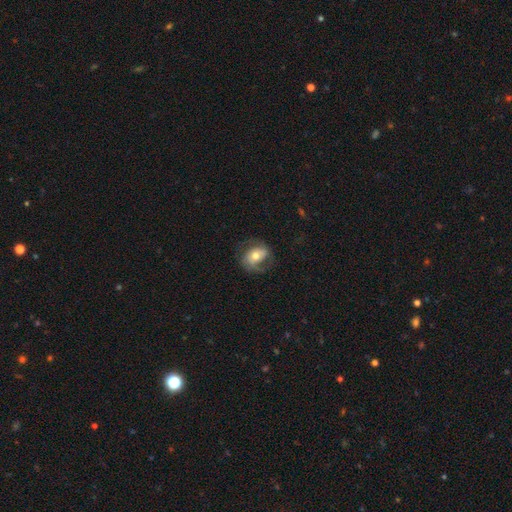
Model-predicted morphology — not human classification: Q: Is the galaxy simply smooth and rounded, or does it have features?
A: featured or disk — 54%.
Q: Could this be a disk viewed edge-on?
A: no — 95%.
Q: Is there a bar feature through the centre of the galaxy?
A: no — 51%.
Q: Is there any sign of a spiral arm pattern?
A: yes — 73%.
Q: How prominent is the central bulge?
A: moderate — 67%.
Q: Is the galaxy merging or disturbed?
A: none — 63%.